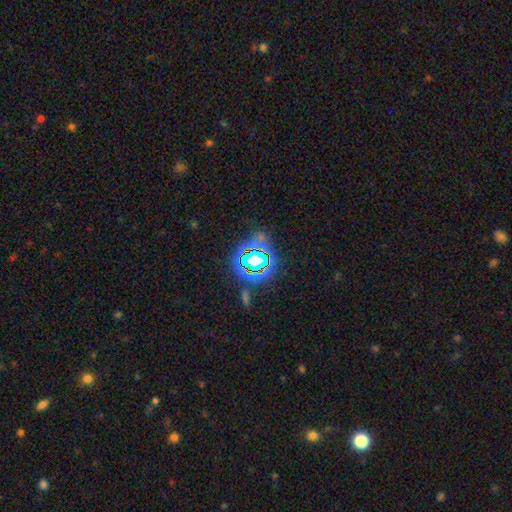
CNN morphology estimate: smooth-or-featured: star or artifact: 63% | smooth: 23% | featured or disk: 14%